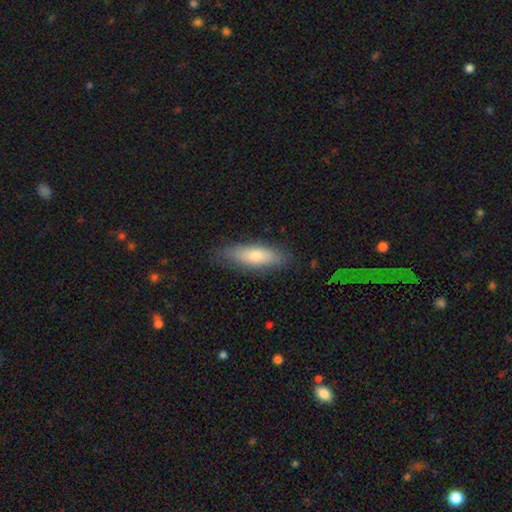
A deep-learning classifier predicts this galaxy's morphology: Q: Smooth or featured?
A: smooth (72%); runner-up: featured or disk (22%)
Q: How rounded?
A: in between (49%); tied with: cigar-shaped (49%)
Q: Merging?
A: none (82%); runner-up: minor disturbance (14%)